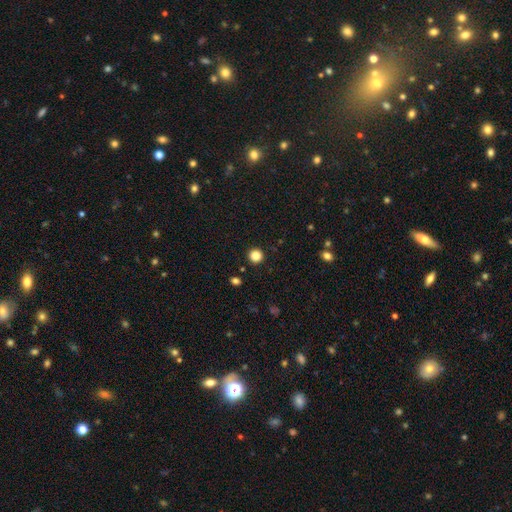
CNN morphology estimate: smooth-or-featured: smooth: 85% | star or artifact: 11% | featured or disk: 4%
  how-rounded: round: 95% | in between: 4% | cigar-shaped: 1%
  merging: none: 93% | minor disturbance: 4% | major disturbance: 2% | merger: 1%